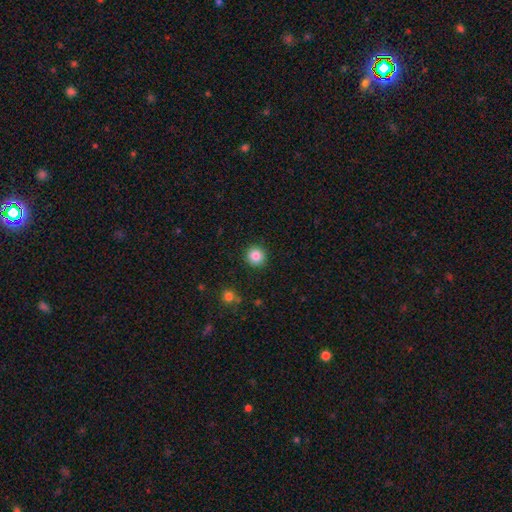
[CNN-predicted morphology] Smooth or featured?
  - smooth: 85% *
  - star or artifact: 10%
  - featured or disk: 4%
How rounded?
  - round: 95% *
  - in between: 4%
  - cigar-shaped: 1%
Merging?
  - none: 92% *
  - minor disturbance: 5%
  - major disturbance: 2%
  - merger: 1%